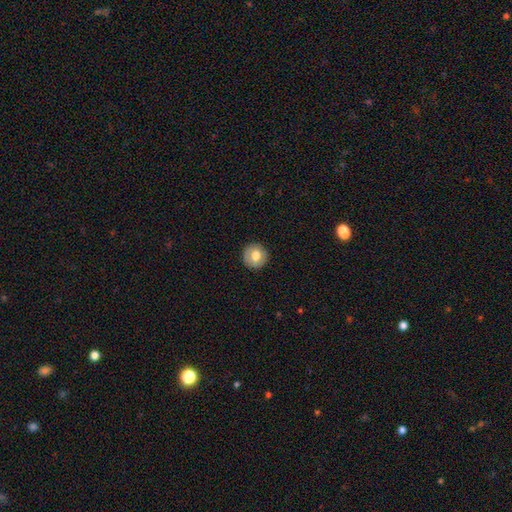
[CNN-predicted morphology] type=smooth (72%); roundness=round (94%); merging=none (90%).